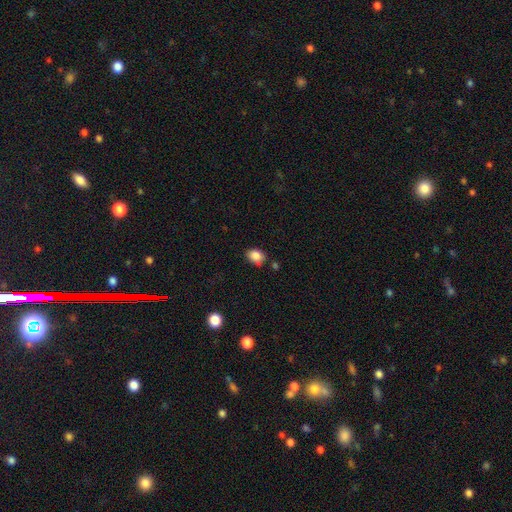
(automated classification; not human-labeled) Smooth or featured? smooth (86%)
How rounded? in between (68%)
Merging? none (71%)